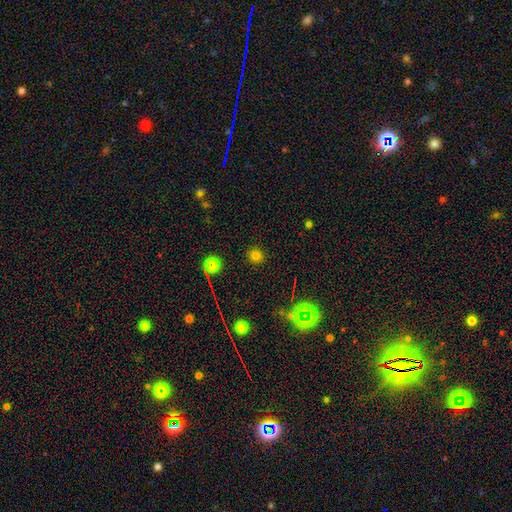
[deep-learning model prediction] A smooth galaxy with no disk features (73%) that is round (92%).

Vote fractions:
- Smooth or featured? smooth: 73% / star or artifact: 21% / featured or disk: 6%
- How rounded? round: 92% / in between: 7% / cigar-shaped: 1%
- Merging? none: 90% / minor disturbance: 6% / major disturbance: 2% / merger: 1%